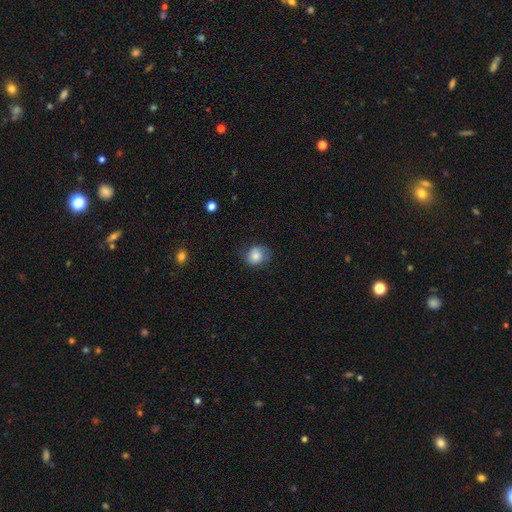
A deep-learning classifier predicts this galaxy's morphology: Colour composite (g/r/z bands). It shows a smooth galaxy with no disk features (74%) that is round (69%). Merging: none (63%).